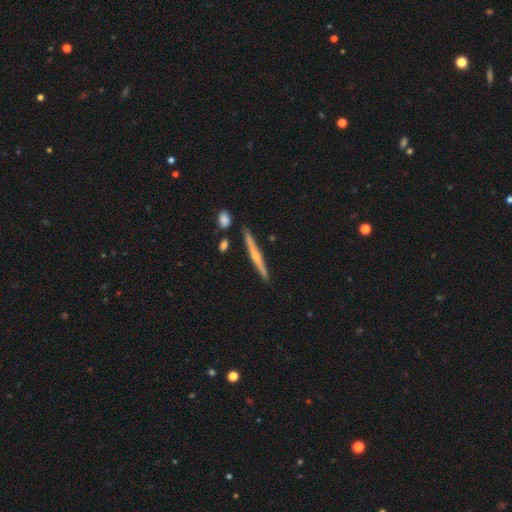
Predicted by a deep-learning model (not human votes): This appears to be a featured or disk galaxy (65%) viewed edge-on (98%) with a rounded central bulge (72%). Merging: none (87%).